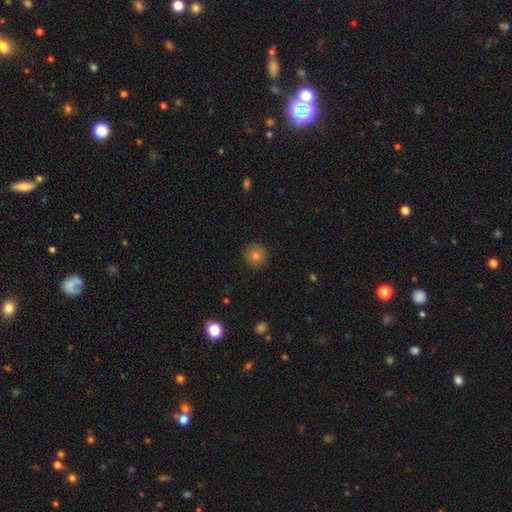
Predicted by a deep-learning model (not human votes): This appears to be a smooth galaxy with no disk features (78%) that is round (95%). Merging: none (90%).